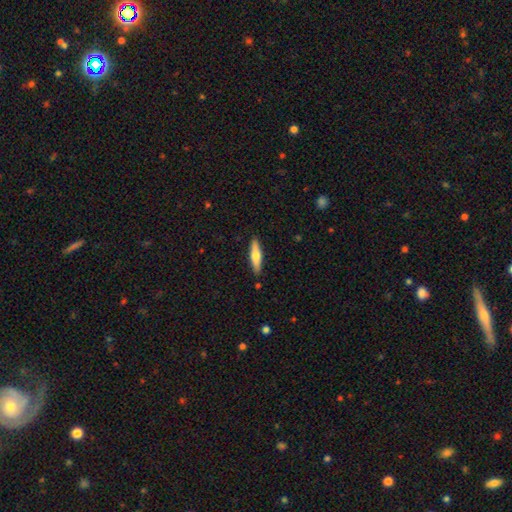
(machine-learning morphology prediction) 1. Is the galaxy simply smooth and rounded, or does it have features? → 57% smooth, 37% featured or disk, 6% star or artifact.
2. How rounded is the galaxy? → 78% cigar-shaped, 20% in between, 2% round.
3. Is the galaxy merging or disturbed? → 89% none, 8% minor disturbance, 2% major disturbance, 1% merger.